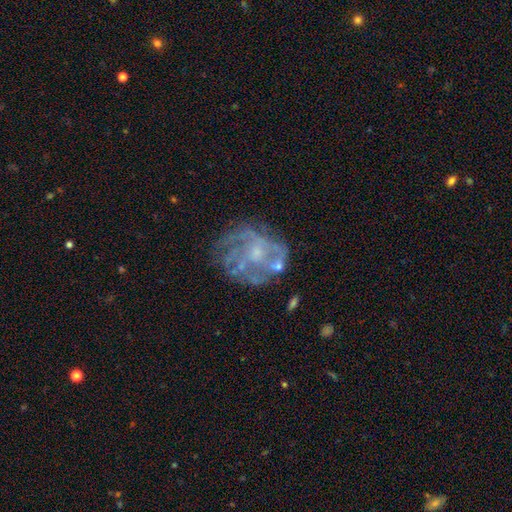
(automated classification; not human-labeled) Smooth or featured?
  - featured or disk: 71% *
  - smooth: 15%
  - star or artifact: 14%
Edge-on disk?
  - no: 97% *
  - yes: 3%
Bar?
  - no: 72% *
  - weak: 23%
  - strong: 5%
Spiral arms?
  - yes: 66% *
  - no: 34%
Bulge size?
  - small: 54% *
  - moderate: 29%
  - none: 14%
  - large: 2%
  - dominant: 1%
Merging?
  - none: 65% *
  - minor disturbance: 17%
  - major disturbance: 12%
  - merger: 5%